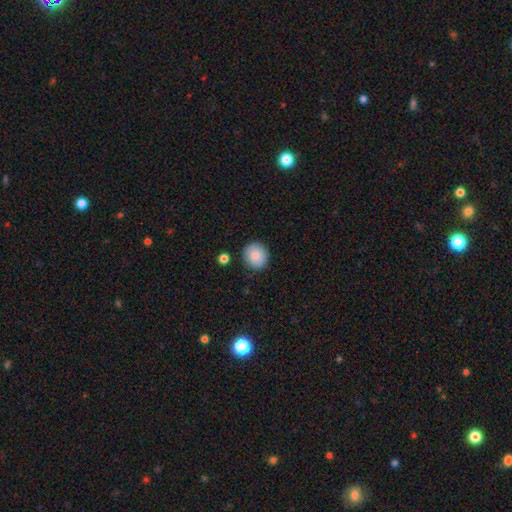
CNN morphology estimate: Smooth or featured? Predicted: smooth (p=0.87). How rounded? Predicted: round (p=0.89). Merging? Predicted: none (p=0.86).